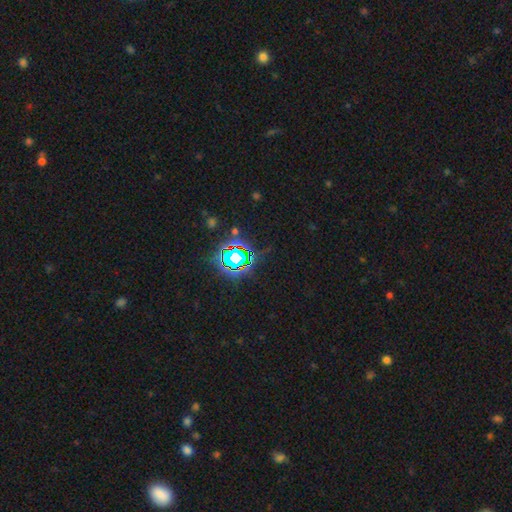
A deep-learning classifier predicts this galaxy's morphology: smooth_or_featured: star or artifact (p=0.80) [alt: smooth p=0.13]